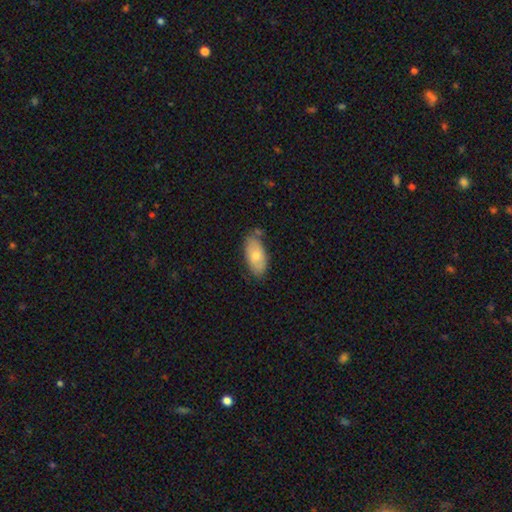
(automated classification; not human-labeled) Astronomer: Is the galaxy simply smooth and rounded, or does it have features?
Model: smooth — 72%.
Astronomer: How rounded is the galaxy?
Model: in between — 92%.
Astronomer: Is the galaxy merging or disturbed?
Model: none — 69%.